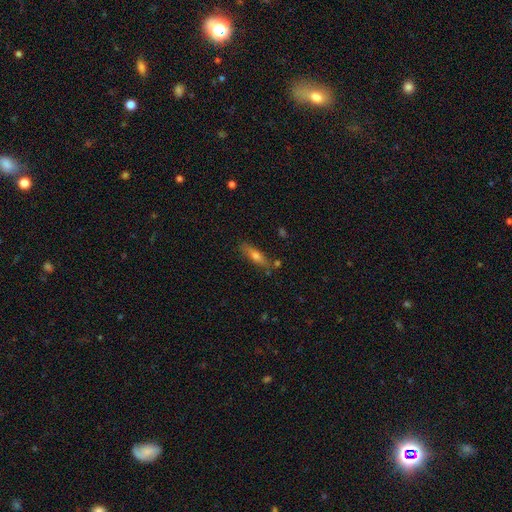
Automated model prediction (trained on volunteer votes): This is possibly a smooth galaxy (60%). How rounded: likely cigar-shaped (67%). Merging: likely none (78%).